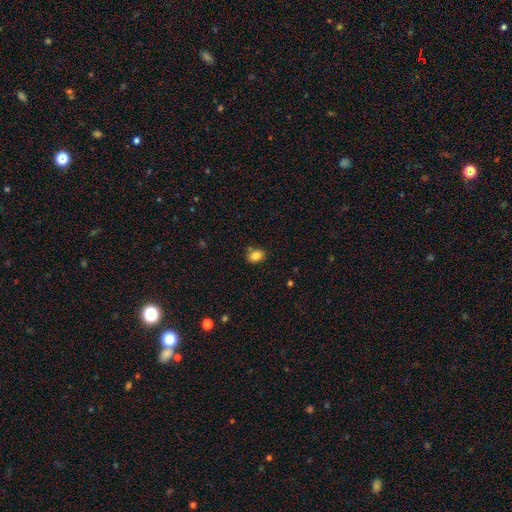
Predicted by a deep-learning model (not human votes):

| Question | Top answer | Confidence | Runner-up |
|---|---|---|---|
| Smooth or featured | smooth | 84% | star or artifact (10%) |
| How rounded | in between | 70% | round (29%) |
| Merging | none | 74% | minor disturbance (16%) |